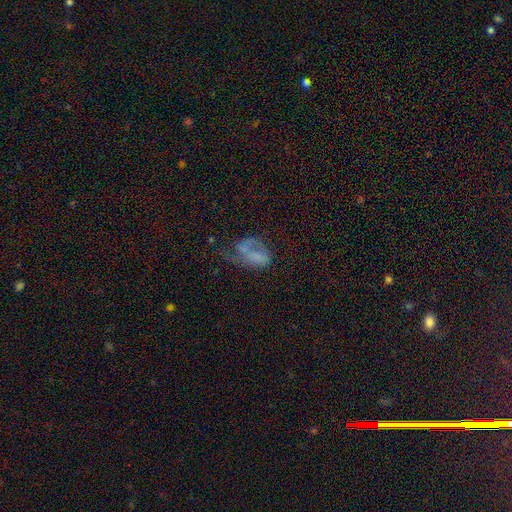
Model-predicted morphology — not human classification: This appears to be a featured or disk galaxy (44%). Merging: major disturbance (42%).